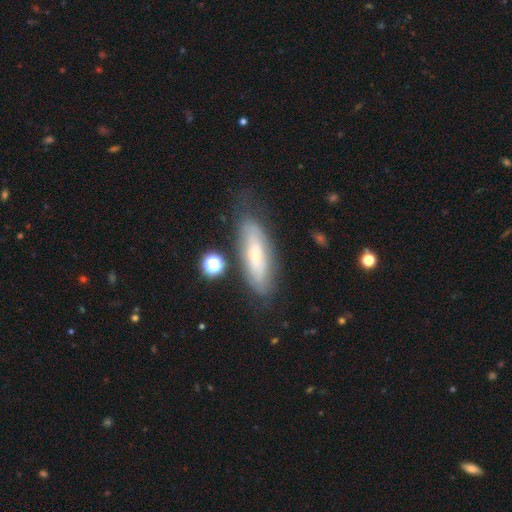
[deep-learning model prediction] A featured or disk galaxy (48%). Merging: none (67%).